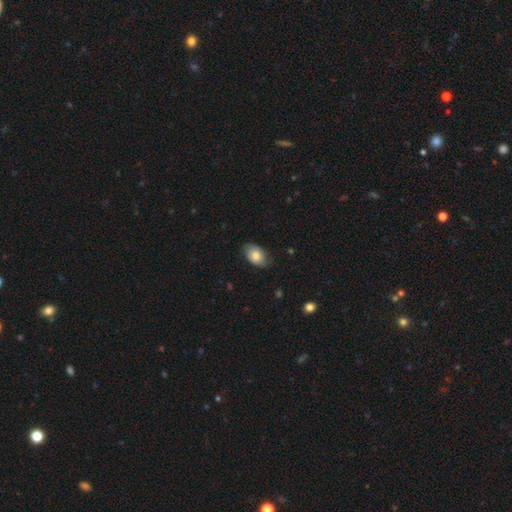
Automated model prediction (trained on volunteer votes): Q: Smooth or featured?
A: smooth (77%); runner-up: featured or disk (16%)
Q: How rounded?
A: in between (91%); runner-up: round (8%)
Q: Merging?
A: none (77%); runner-up: minor disturbance (19%)